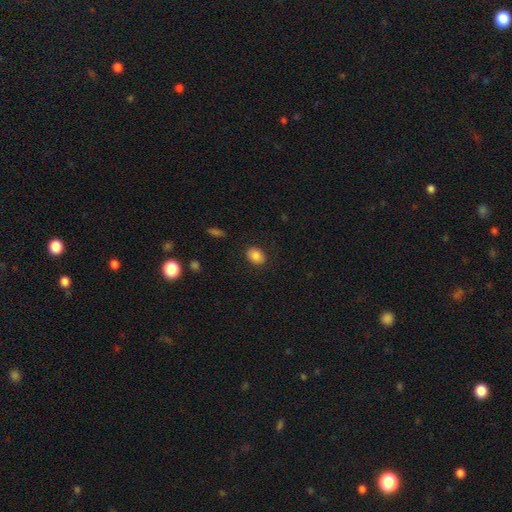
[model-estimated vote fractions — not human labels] Smooth or featured: smooth — 85% (star or artifact — 9%)
How rounded: in between — 65% (round — 34%)
Merging: none — 87% (minor disturbance — 9%)